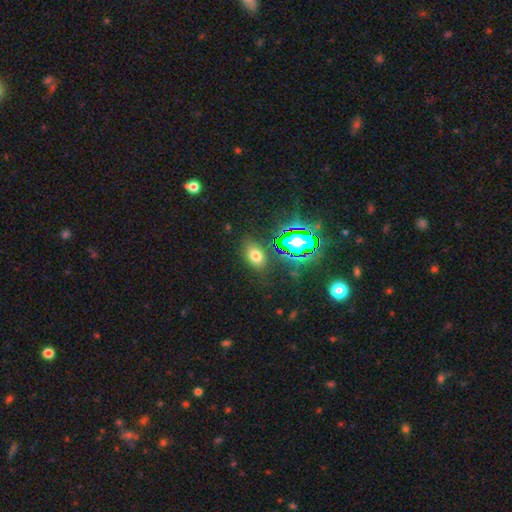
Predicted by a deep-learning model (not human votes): Q: Smooth or featured?
A: smooth (63%); runner-up: star or artifact (27%)
Q: How rounded?
A: in between (82%); runner-up: round (16%)
Q: Merging?
A: none (82%); runner-up: minor disturbance (11%)